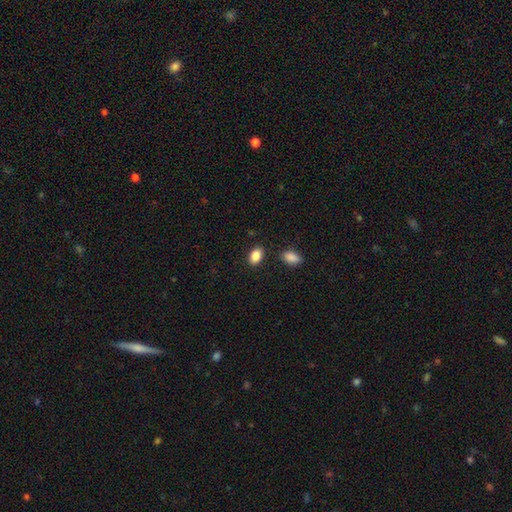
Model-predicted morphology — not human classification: Smooth or featured?
  - smooth: 87% *
  - star or artifact: 8%
  - featured or disk: 5%
How rounded?
  - in between: 87% *
  - round: 12%
  - cigar-shaped: 1%
Merging?
  - none: 84% *
  - minor disturbance: 9%
  - merger: 4%
  - major disturbance: 2%